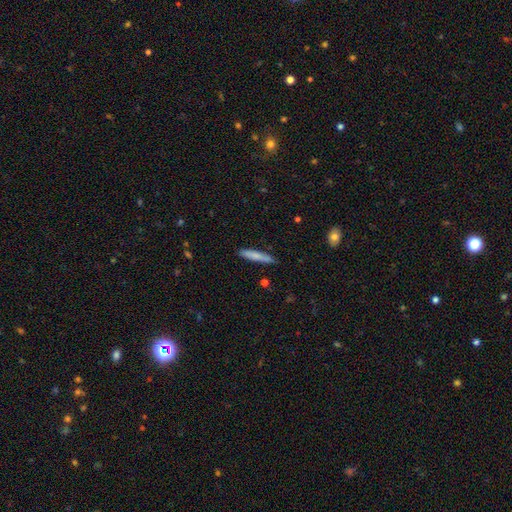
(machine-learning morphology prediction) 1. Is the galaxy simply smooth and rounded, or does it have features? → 74% smooth, 20% featured or disk, 6% star or artifact.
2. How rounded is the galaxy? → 91% cigar-shaped, 8% in between, 1% round.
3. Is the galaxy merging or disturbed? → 86% none, 11% minor disturbance, 2% major disturbance, 1% merger.